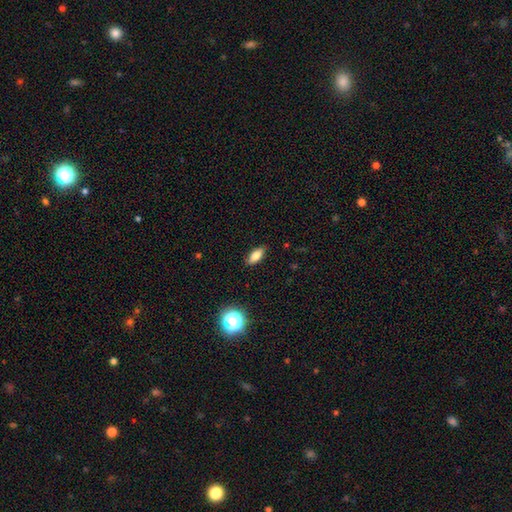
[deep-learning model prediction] smooth-or-featured: smooth: 77% | featured or disk: 13% | star or artifact: 10%
  how-rounded: in between: 78% | cigar-shaped: 17% | round: 4%
  merging: none: 87% | minor disturbance: 10% | major disturbance: 2% | merger: 1%